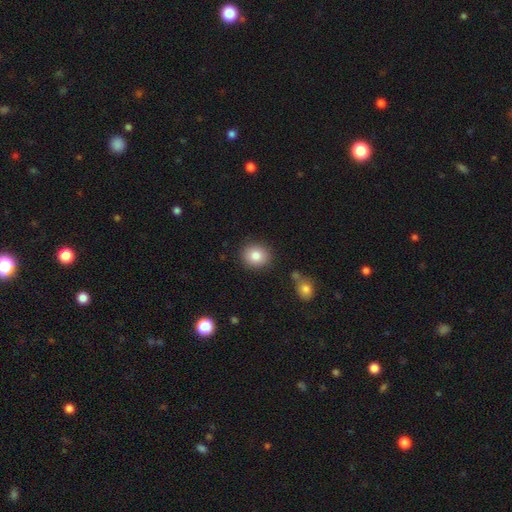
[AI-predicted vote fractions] Smooth or featured?
  - smooth: 84% *
  - star or artifact: 9%
  - featured or disk: 7%
How rounded?
  - round: 77% *
  - in between: 23%
  - cigar-shaped: 1%
Merging?
  - none: 87% *
  - minor disturbance: 8%
  - merger: 2%
  - major disturbance: 2%